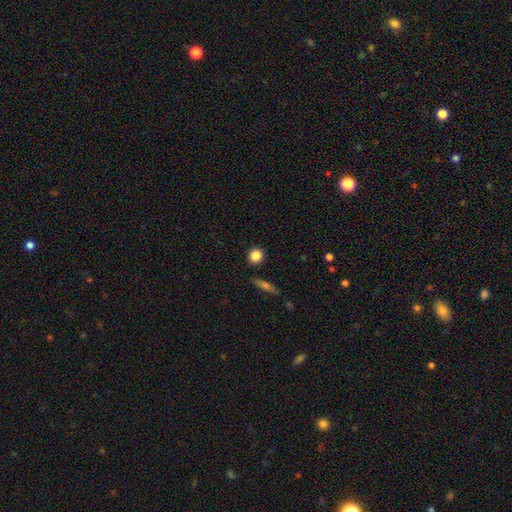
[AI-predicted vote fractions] smooth 85%, star or artifact 9%, featured or disk 6%. Down the decision tree: how rounded — round (87%); merging — none (89%).